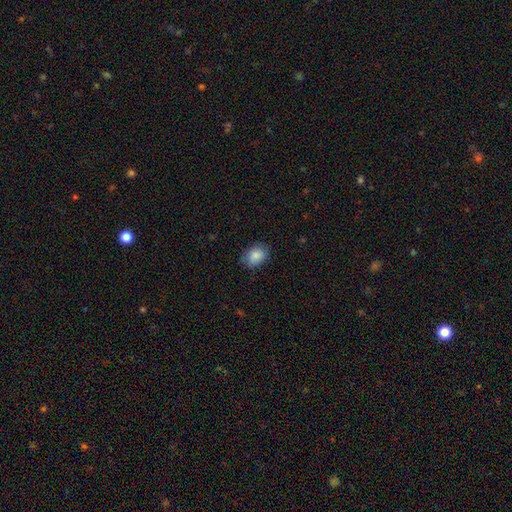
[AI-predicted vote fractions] smooth 85%, featured or disk 8%, star or artifact 7%. Down the decision tree: how rounded — in between (74%); merging — none (77%).